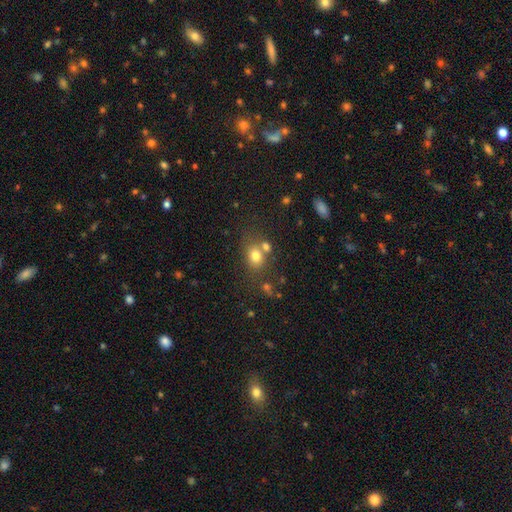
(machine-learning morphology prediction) Q: Smooth or featured?
A: smooth (75%); runner-up: star or artifact (14%)
Q: How rounded?
A: in between (54%); runner-up: round (45%)
Q: Merging?
A: none (55%); runner-up: merger (26%)